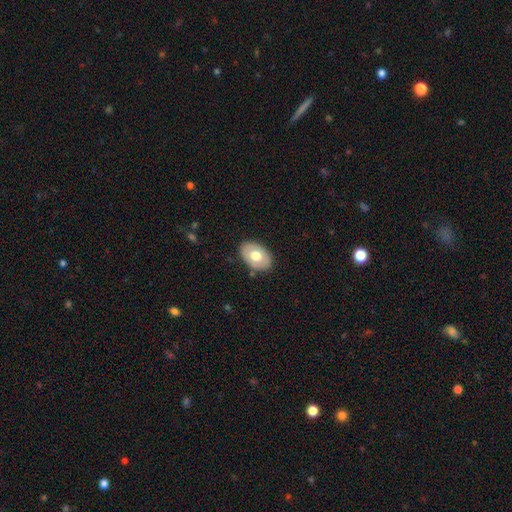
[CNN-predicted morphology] A smooth galaxy with no disk features (64%) that is in between round and cigar-shaped (84%). Merging: none (85%).